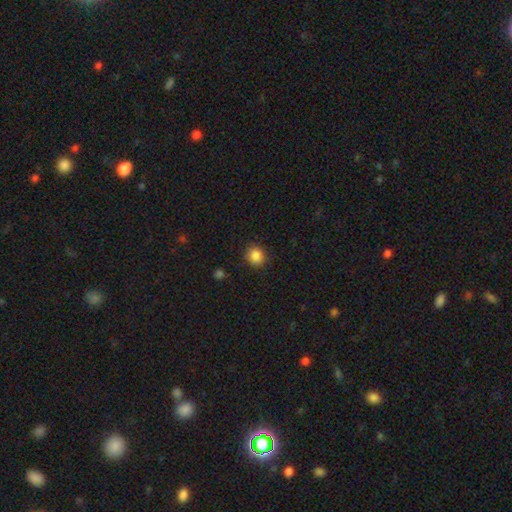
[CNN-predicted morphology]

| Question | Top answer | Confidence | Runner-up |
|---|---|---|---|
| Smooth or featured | smooth | 86% | star or artifact (10%) |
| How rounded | round | 86% | in between (14%) |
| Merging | none | 88% | minor disturbance (8%) |